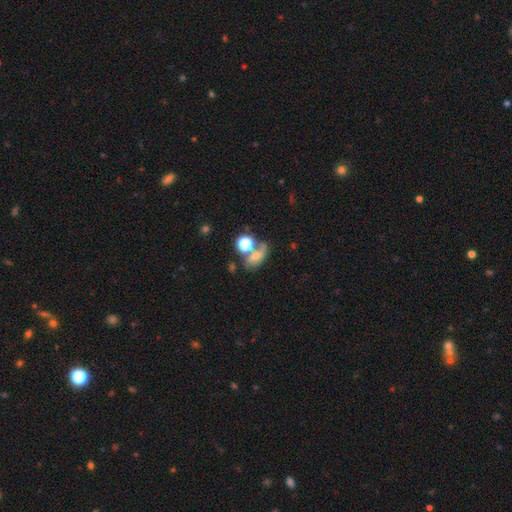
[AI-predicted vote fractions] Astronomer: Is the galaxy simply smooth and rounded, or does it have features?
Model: smooth — 49% (runner-up: featured or disk, 34%).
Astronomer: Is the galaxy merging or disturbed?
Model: none — 37% (runner-up: merger, 31%).